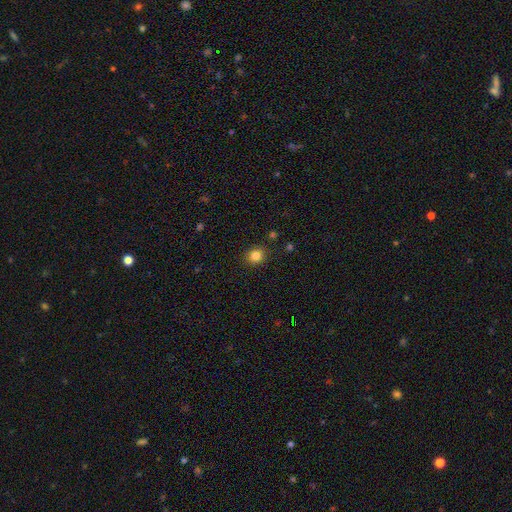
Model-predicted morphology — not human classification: smooth 83%, star or artifact 12%, featured or disk 5%. Down the decision tree: how rounded — round (87%); merging — none (90%).